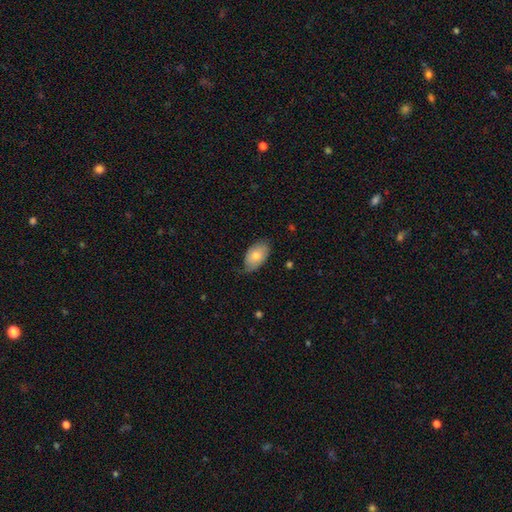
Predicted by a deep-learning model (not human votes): A smooth galaxy with no disk features (78%) that is in between round and cigar-shaped (94%).

Vote fractions:
- Smooth or featured? smooth: 78% / featured or disk: 17% / star or artifact: 6%
- How rounded? in between: 94% / round: 5% / cigar-shaped: 1%
- Merging? none: 67% / minor disturbance: 27% / major disturbance: 5% / merger: 1%